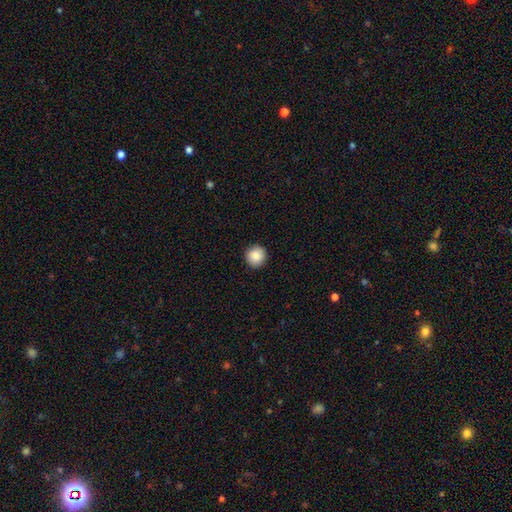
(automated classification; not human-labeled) A smooth galaxy with no disk features (87%) that is round (93%). Merging: none (92%).